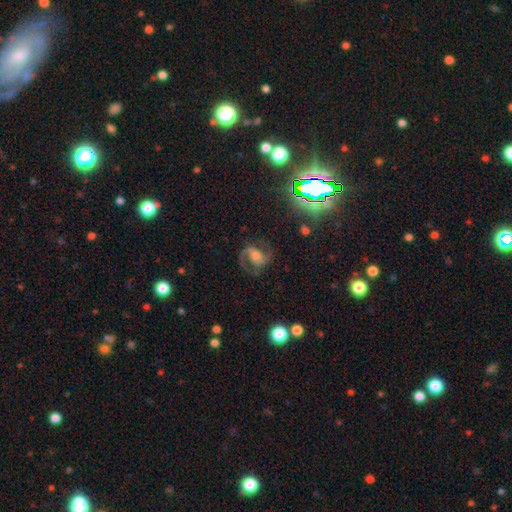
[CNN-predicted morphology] This is clearly a featured or disk galaxy (82%). It is clearly not viewed edge-on (97%). Bar: marginally weak (39%). Spiral arm pattern: clearly yes (96%). Spiral arm count: clearly 2 (89%). Spiral winding: possibly medium (59%). Central bulge: possibly moderate (54%). Merging: likely none (71%).